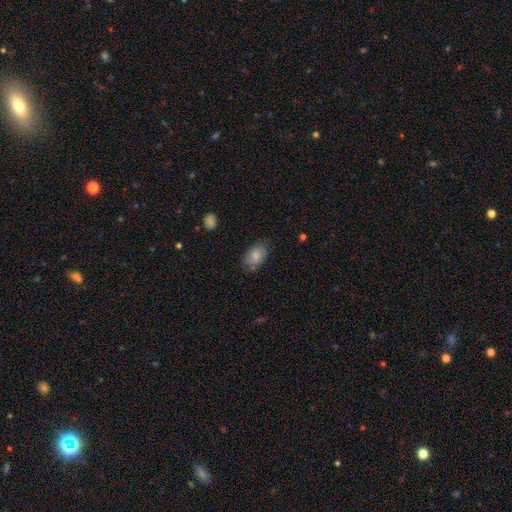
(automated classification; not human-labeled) This appears to be a smooth galaxy with no disk features (81%) that is in between round and cigar-shaped (90%). Merging: none (75%).